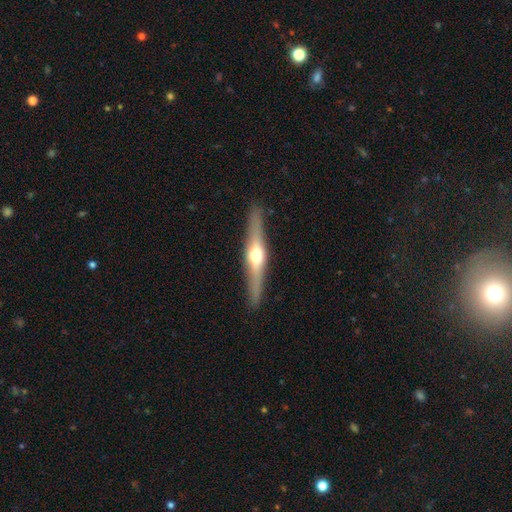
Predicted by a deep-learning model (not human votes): The model was most divided on "smooth or featured": featured or disk: 70%, smooth: 24%, star or artifact: 5%. More confident: edge-on disk — yes (96%); edge-on bulge — rounded (93%); merging — none (90%).